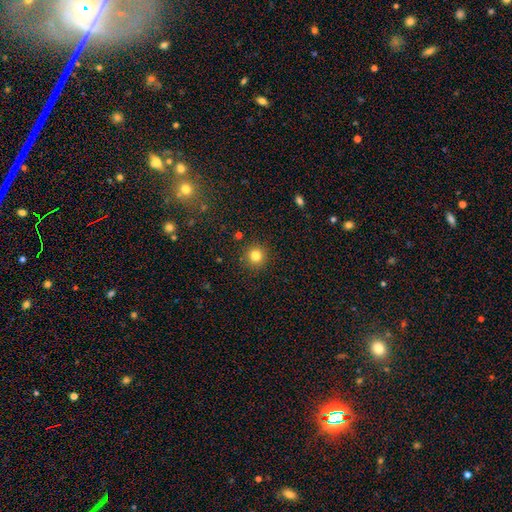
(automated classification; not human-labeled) The model was most divided on "smooth or featured": smooth: 82%, star or artifact: 13%, featured or disk: 6%. More confident: how rounded — round (93%); merging — none (90%).